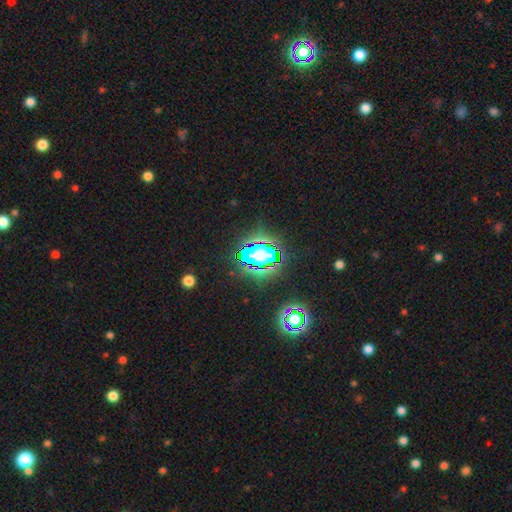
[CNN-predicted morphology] Smooth or featured? star or artifact (69%)